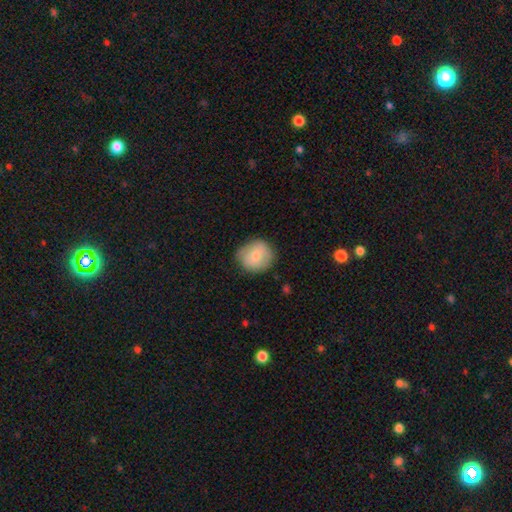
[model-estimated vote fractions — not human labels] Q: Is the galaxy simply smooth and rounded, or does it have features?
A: smooth — 75%.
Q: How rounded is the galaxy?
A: round — 85%.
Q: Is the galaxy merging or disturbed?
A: none — 75%.